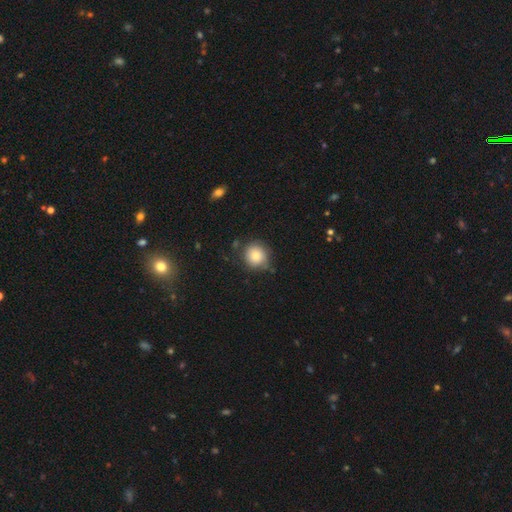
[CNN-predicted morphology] Smooth or featured: smooth — 78% (featured or disk — 13%)
How rounded: round — 89% (in between — 10%)
Merging: none — 71% (minor disturbance — 21%)